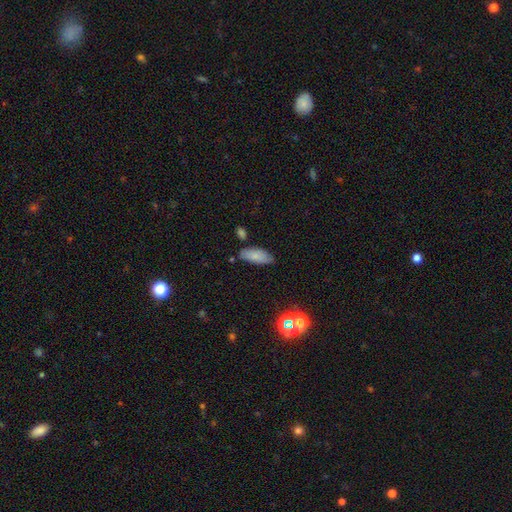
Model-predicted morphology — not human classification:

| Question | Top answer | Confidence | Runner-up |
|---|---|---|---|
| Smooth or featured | smooth | 81% | featured or disk (11%) |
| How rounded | in between | 83% | cigar-shaped (14%) |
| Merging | none | 72% | minor disturbance (19%) |